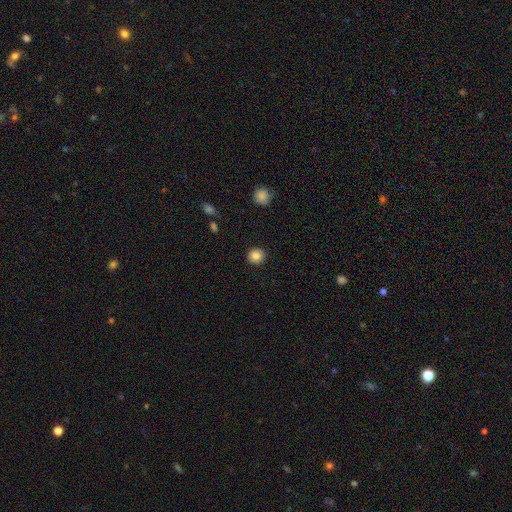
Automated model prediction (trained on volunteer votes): smooth_or_featured: smooth (p=0.85) [alt: star or artifact p=0.10]
how_rounded: round (p=0.92) [alt: in between p=0.07]
merging: none (p=0.92) [alt: minor disturbance p=0.05]